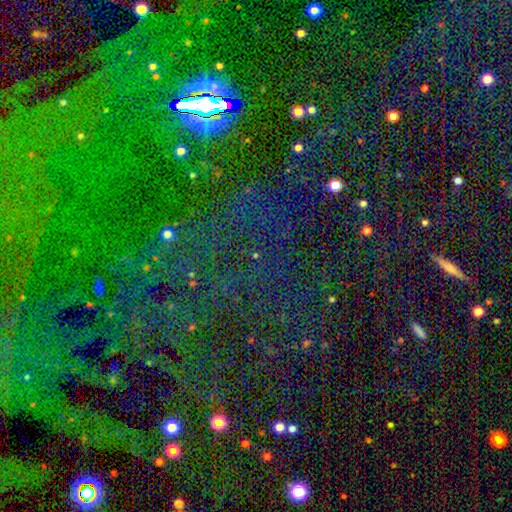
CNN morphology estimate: A star or artifact, not a galaxy (73%).

Vote fractions:
- Smooth or featured? star or artifact: 73% / smooth: 19% / featured or disk: 9%